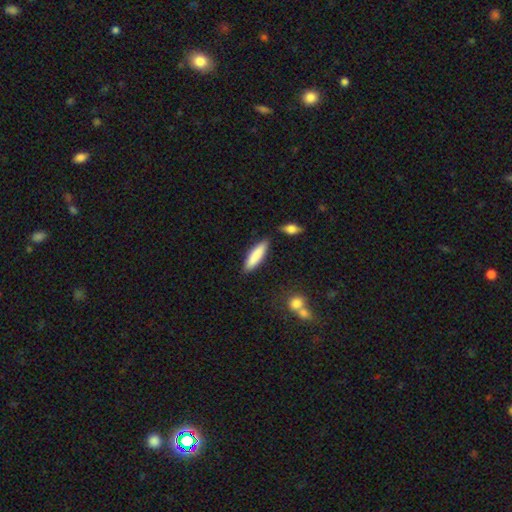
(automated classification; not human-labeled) smooth 83%, featured or disk 11%, star or artifact 6%. Down the decision tree: how rounded — cigar-shaped (70%); merging — none (84%).